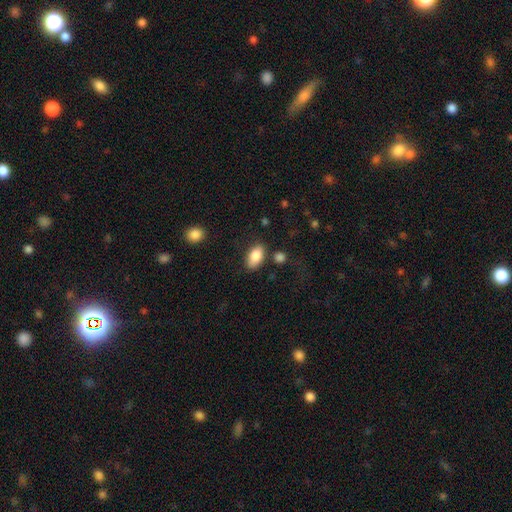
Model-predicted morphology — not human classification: This appears to be a smooth galaxy with no disk features (85%) that is in between round and cigar-shaped (92%). Merging: none (80%).